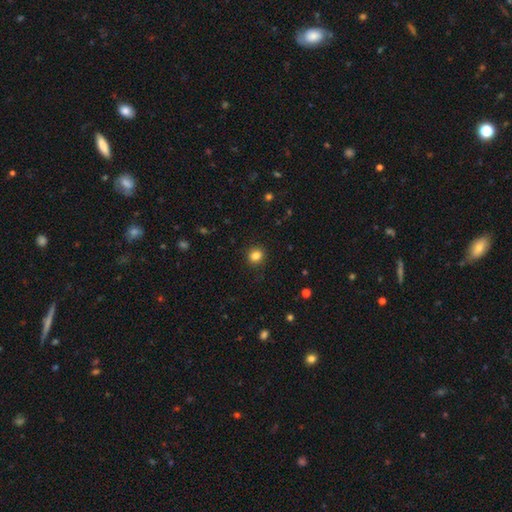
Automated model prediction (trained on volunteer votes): Smooth or featured?
  - smooth: 84% *
  - star or artifact: 11%
  - featured or disk: 4%
How rounded?
  - round: 80% *
  - in between: 19%
  - cigar-shaped: 1%
Merging?
  - none: 90% *
  - minor disturbance: 7%
  - major disturbance: 2%
  - merger: 1%